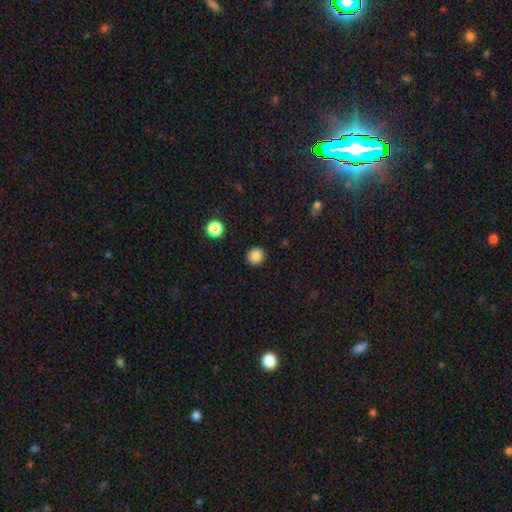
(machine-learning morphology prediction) Smooth or featured? Predicted: smooth (p=0.85). How rounded? Predicted: round (p=0.93). Merging? Predicted: none (p=0.91).